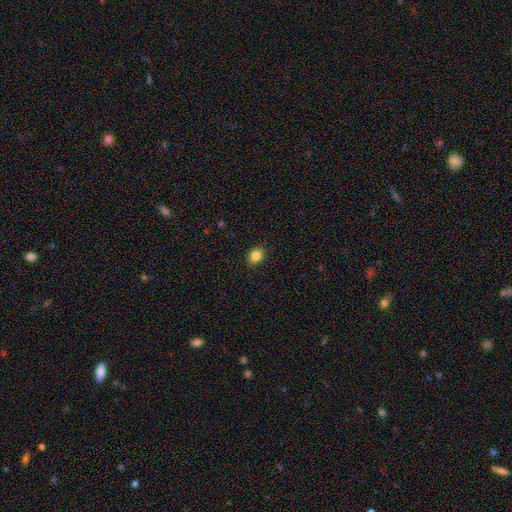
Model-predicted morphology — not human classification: The model was most divided on "how rounded": round: 53%, in between: 46%, cigar-shaped: 1%. More confident: merging — none (90%); smooth or featured — smooth (85%).